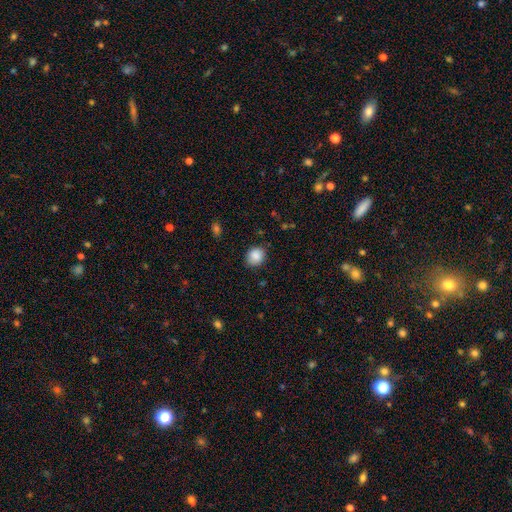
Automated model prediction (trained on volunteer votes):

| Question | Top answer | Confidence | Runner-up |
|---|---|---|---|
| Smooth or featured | smooth | 87% | star or artifact (8%) |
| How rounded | round | 72% | in between (27%) |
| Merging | none | 81% | minor disturbance (15%) |